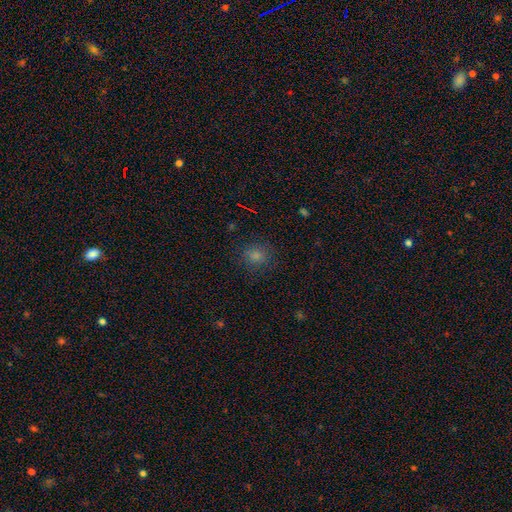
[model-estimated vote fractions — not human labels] Smooth or featured? smooth (71%)
How rounded? round (78%)
Merging? none (86%)